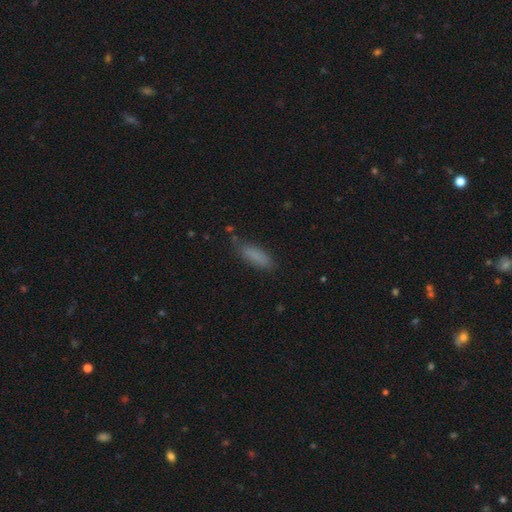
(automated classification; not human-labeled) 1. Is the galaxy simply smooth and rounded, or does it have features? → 84% smooth, 8% star or artifact, 8% featured or disk.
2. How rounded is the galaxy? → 55% in between, 43% cigar-shaped, 2% round.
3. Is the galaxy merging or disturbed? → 75% none, 18% minor disturbance, 5% major disturbance, 2% merger.